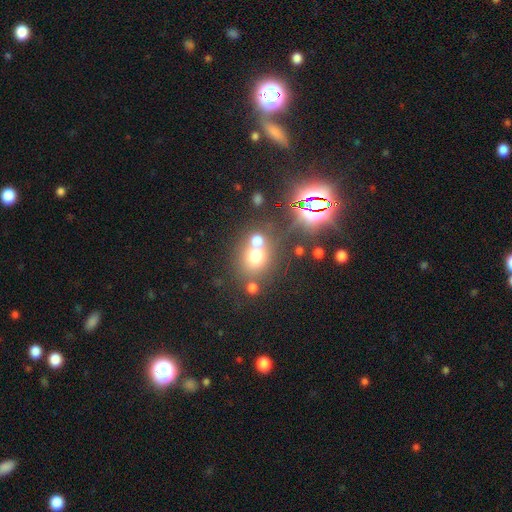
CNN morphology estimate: Q: Smooth or featured?
A: smooth (63%); runner-up: star or artifact (22%)
Q: How rounded?
A: round (76%); runner-up: in between (23%)
Q: Merging?
A: none (47%); runner-up: merger (40%)